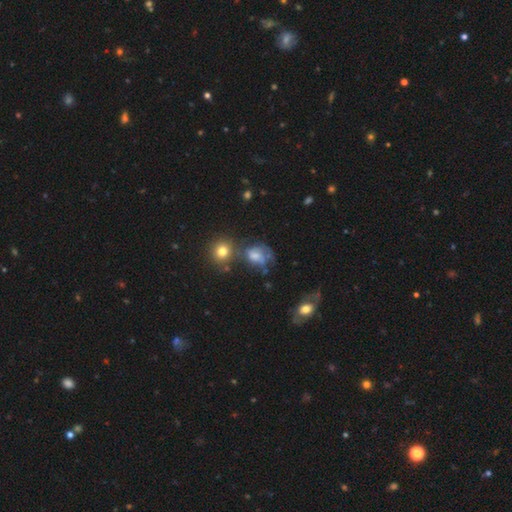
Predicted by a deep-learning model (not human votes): A featured or disk galaxy (46%). Merging: none (36%).